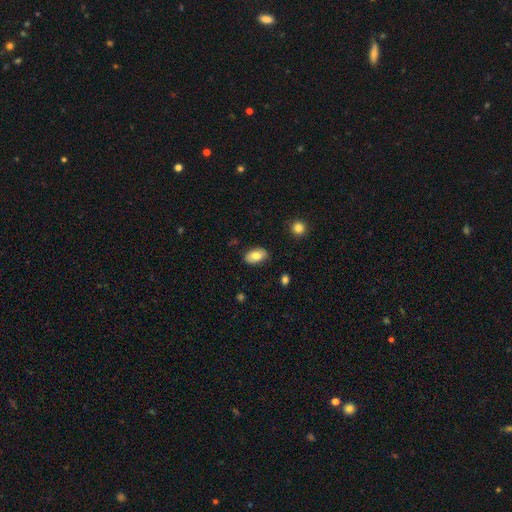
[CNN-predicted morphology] This appears to be a smooth galaxy with no disk features (77%) that is in between round and cigar-shaped (92%). Merging: none (85%).